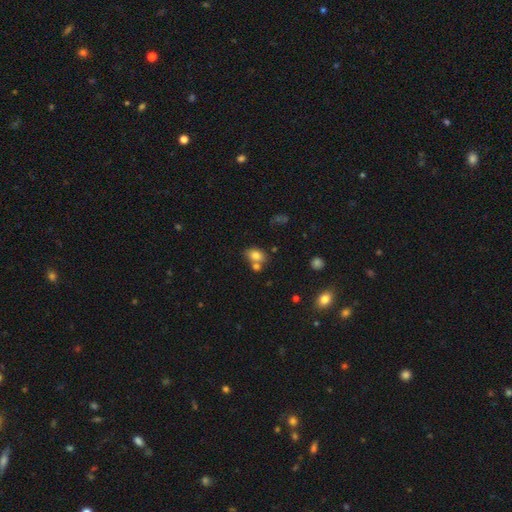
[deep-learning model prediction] This appears to be a smooth galaxy with no disk features (79%) that is in between round and cigar-shaped (72%). Merging: none (52%).